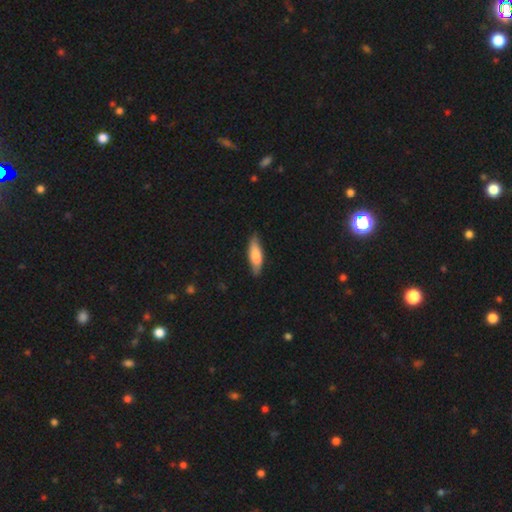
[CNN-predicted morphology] A smooth galaxy with no disk features (75%) that is cigar-shaped (49%, tied with in between). Merging: none (80%).